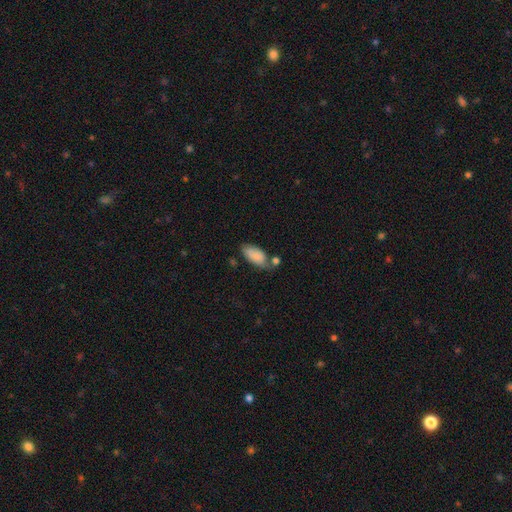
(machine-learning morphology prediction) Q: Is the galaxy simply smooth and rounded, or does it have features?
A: smooth — 85%.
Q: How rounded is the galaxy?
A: in between — 91%.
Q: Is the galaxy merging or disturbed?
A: none — 52%.